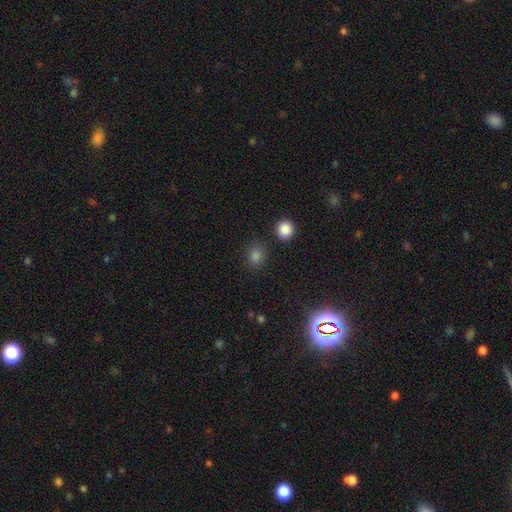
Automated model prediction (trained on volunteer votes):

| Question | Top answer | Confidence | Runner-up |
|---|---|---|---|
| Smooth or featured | smooth | 75% | star or artifact (21%) |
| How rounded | round | 77% | in between (22%) |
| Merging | none | 85% | minor disturbance (8%) |